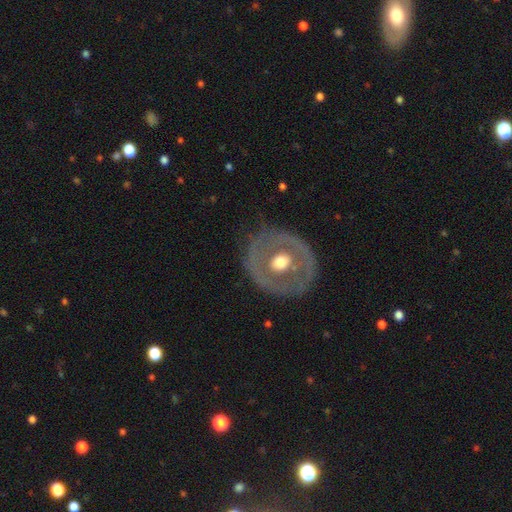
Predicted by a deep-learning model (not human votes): Smooth or featured? featured or disk (63%)
Edge-on disk? no (92%)
Bar? no (73%)
Spiral arms? no (83%)
Bulge size? moderate (72%)
Merging? none (83%)